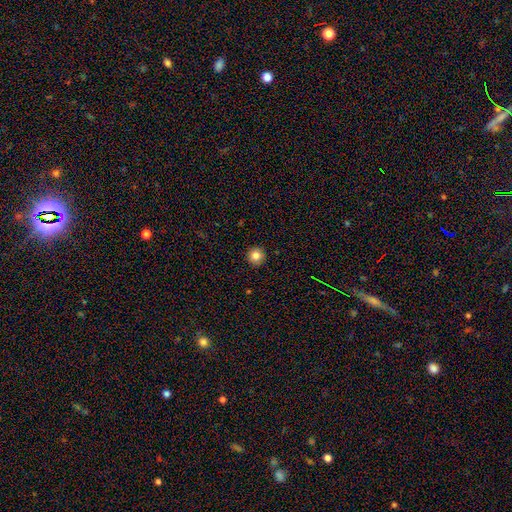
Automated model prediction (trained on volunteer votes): smooth-or-featured: smooth: 83% | star or artifact: 11% | featured or disk: 6%
  how-rounded: round: 95% | in between: 4% | cigar-shaped: 1%
  merging: none: 92% | minor disturbance: 5% | major disturbance: 2% | merger: 1%